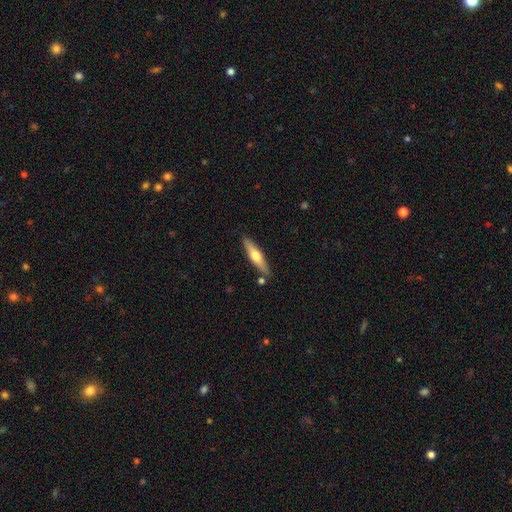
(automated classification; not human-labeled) Smooth or featured: featured or disk — 48% (smooth — 46%)
Merging: none — 84% (minor disturbance — 9%)